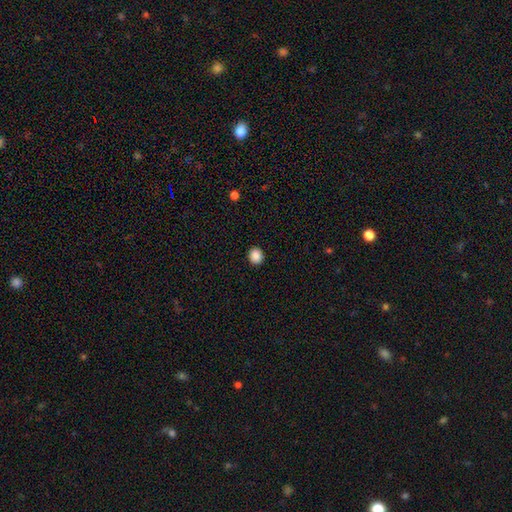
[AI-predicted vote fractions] Smooth or featured? smooth (88%)
How rounded? round (79%)
Merging? none (92%)